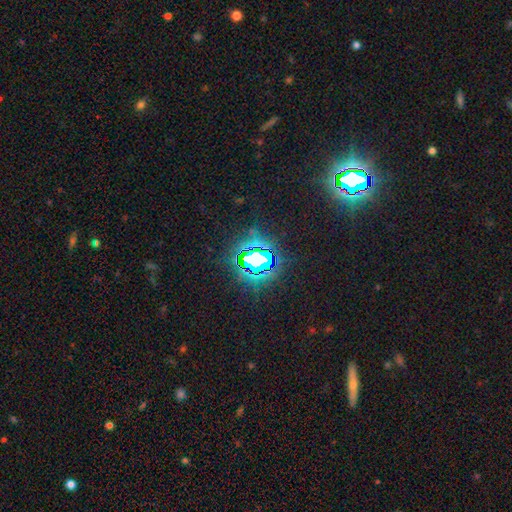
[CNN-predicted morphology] Smooth or featured? star or artifact (77%)